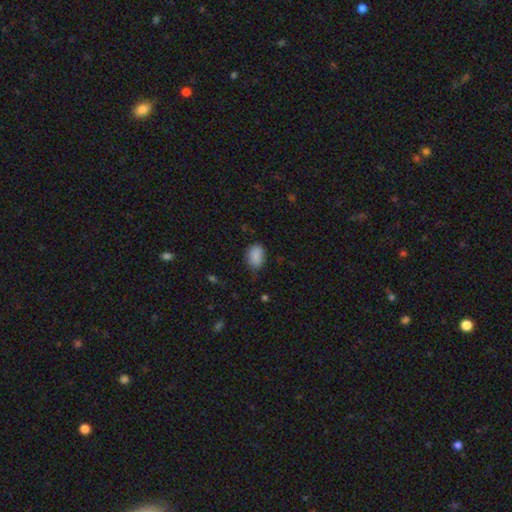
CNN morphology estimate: smooth 87%, star or artifact 8%, featured or disk 5%. Down the decision tree: how rounded — in between (78%); merging — none (67%).